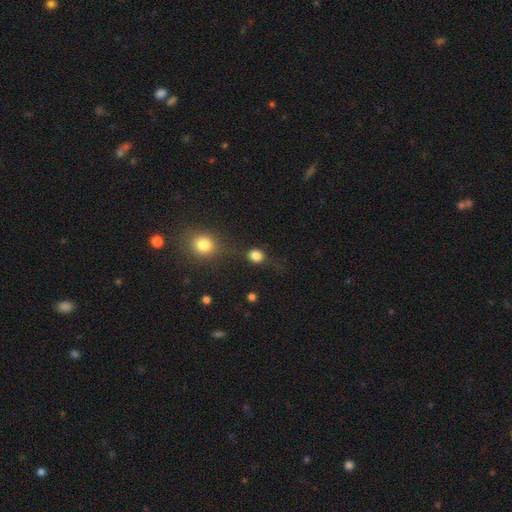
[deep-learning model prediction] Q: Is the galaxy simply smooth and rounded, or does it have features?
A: smooth — 82%.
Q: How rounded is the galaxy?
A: round — 75%.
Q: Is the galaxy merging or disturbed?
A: none — 71%.